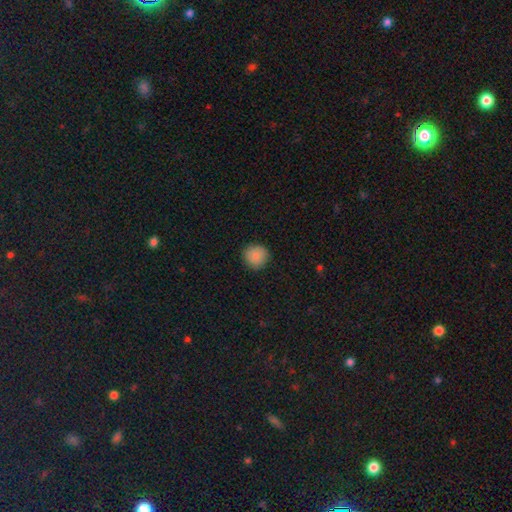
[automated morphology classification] This appears to be a smooth galaxy with no disk features (85%) that is round (94%). Merging: none (90%).